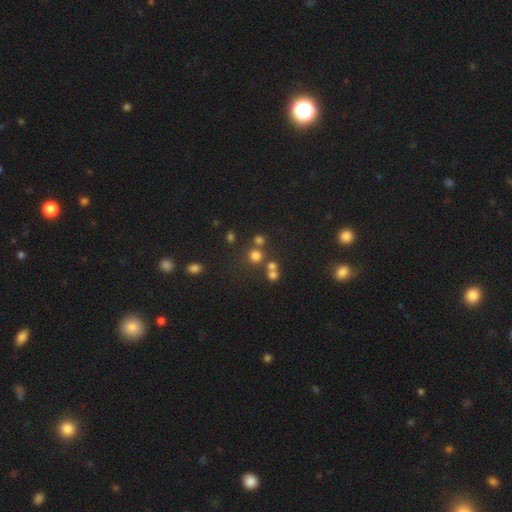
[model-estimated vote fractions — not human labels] smooth 69%, star or artifact 22%, featured or disk 9%. Down the decision tree: how rounded — round (90%); merging — none (65%).